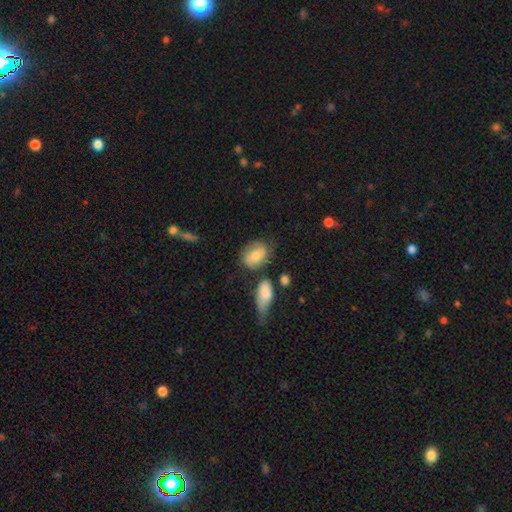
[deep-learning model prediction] smooth 66%, featured or disk 27%, star or artifact 7%. Down the decision tree: how rounded — in between (67%); merging — none (57%).